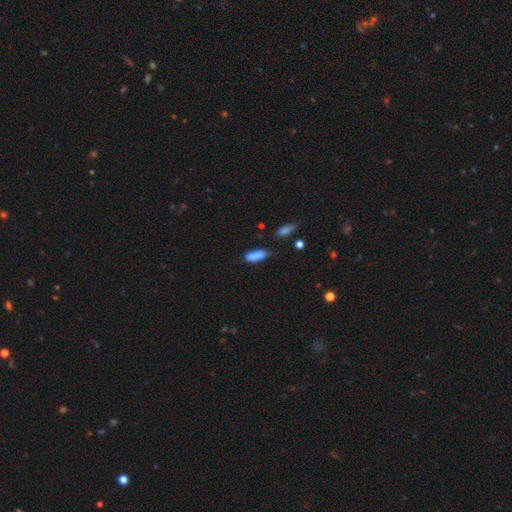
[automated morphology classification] The model was most divided on "merging": none: 68%, minor disturbance: 23%, major disturbance: 4%, merger: 4%. More confident: smooth or featured — smooth (82%); how rounded — in between (75%).